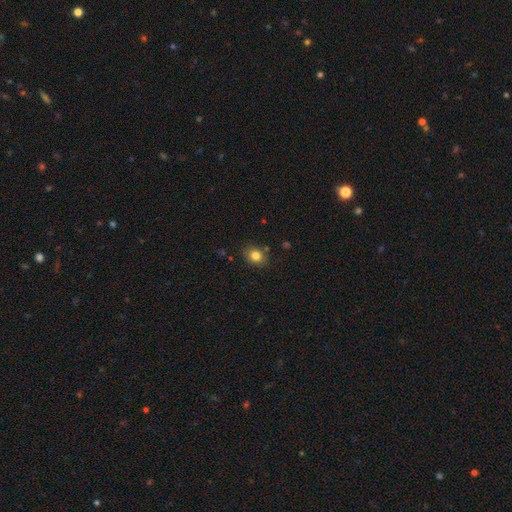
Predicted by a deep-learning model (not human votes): Overall: smooth (82%). How rounded: round (53%; in between 46%). Merging: none (83%).